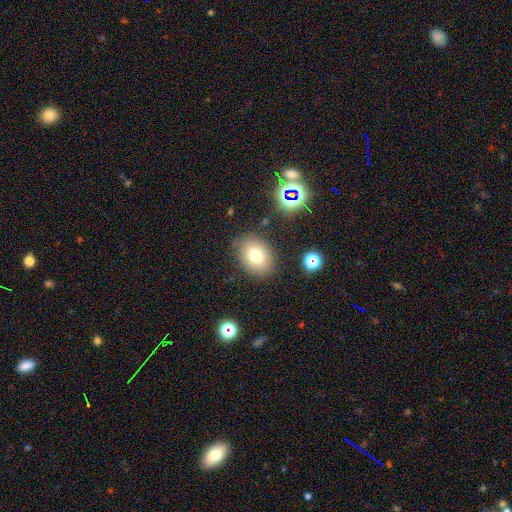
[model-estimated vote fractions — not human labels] Q: Smooth or featured?
A: smooth (75%); runner-up: star or artifact (13%)
Q: How rounded?
A: in between (61%); runner-up: round (38%)
Q: Merging?
A: none (82%); runner-up: minor disturbance (12%)